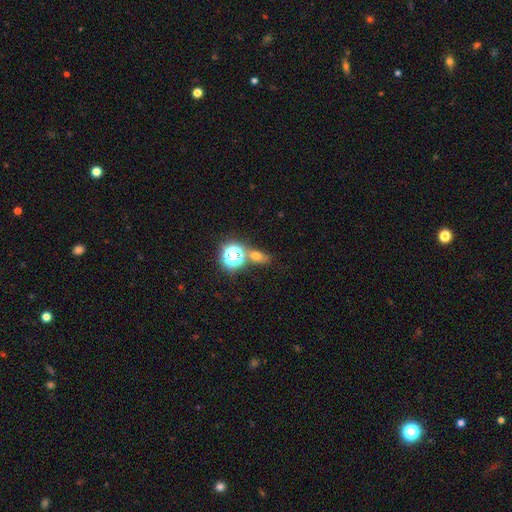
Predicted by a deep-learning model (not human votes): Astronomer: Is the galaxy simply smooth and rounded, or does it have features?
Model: smooth — 54% (runner-up: star or artifact, 33%).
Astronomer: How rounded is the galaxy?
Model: in between — 58% (runner-up: round, 36%).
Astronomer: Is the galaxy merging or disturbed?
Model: none — 64%.